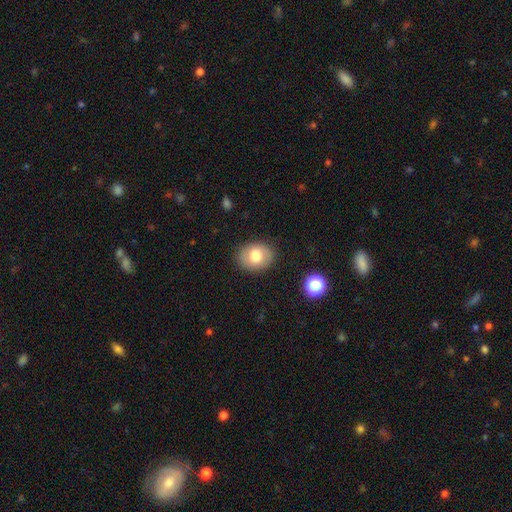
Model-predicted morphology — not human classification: smooth_or_featured: smooth (p=0.72) [alt: featured or disk p=0.20]
how_rounded: in between (p=0.57) [alt: round p=0.42]
merging: none (p=0.85) [alt: minor disturbance p=0.11]